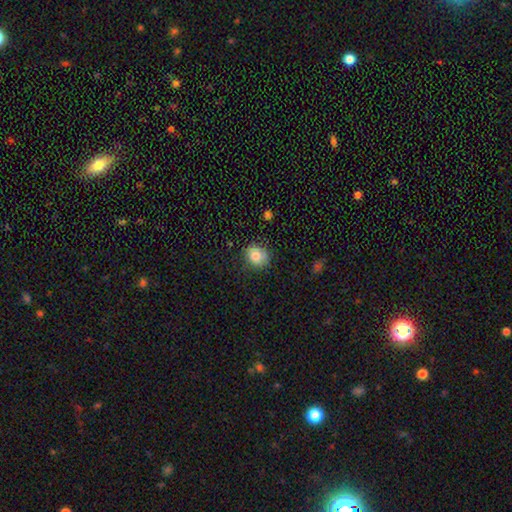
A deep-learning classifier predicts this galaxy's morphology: smooth 82%, star or artifact 10%, featured or disk 8%. Down the decision tree: how rounded — round (68%); merging — none (81%).